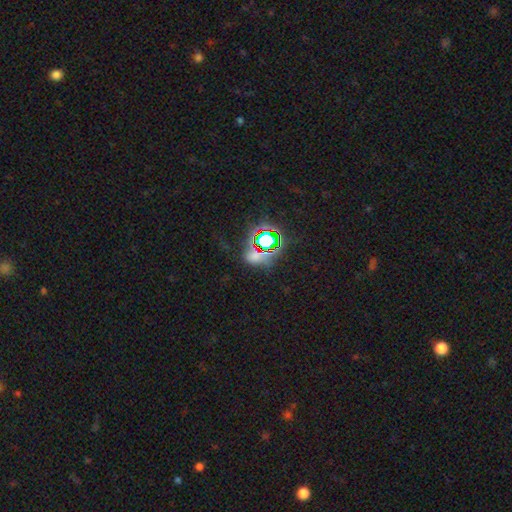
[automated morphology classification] Smooth or featured: star or artifact — 59% (smooth — 31%)